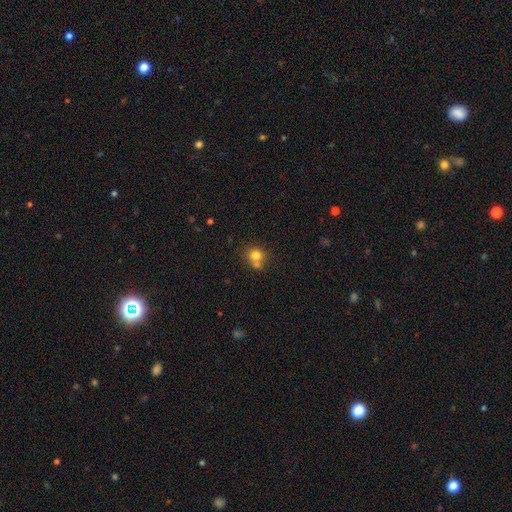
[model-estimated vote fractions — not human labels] This appears to be a smooth galaxy with no disk features (77%) that is round (77%). Merging: none (48%).